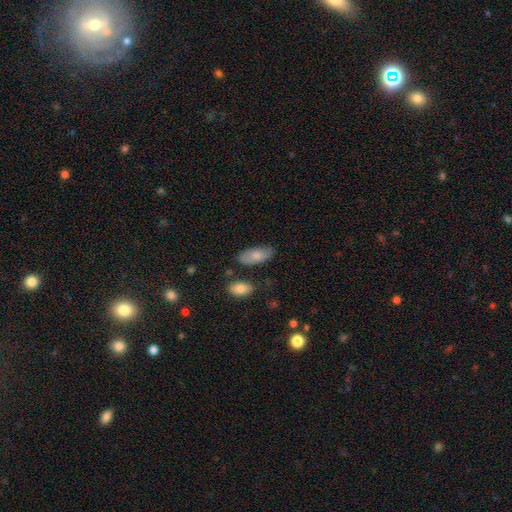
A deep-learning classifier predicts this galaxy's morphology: A smooth galaxy with no disk features (79%) that is in between round and cigar-shaped (88%).

Vote fractions:
- Smooth or featured? smooth: 79% / featured or disk: 15% / star or artifact: 6%
- How rounded? in between: 88% / cigar-shaped: 9% / round: 2%
- Merging? none: 74% / minor disturbance: 18% / merger: 5% / major disturbance: 4%